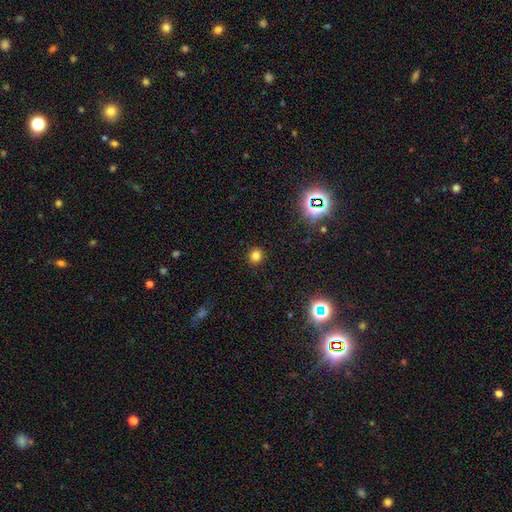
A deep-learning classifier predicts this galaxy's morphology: Q: Smooth or featured?
A: smooth (79%); runner-up: star or artifact (17%)
Q: How rounded?
A: round (88%); runner-up: in between (11%)
Q: Merging?
A: none (91%); runner-up: minor disturbance (5%)